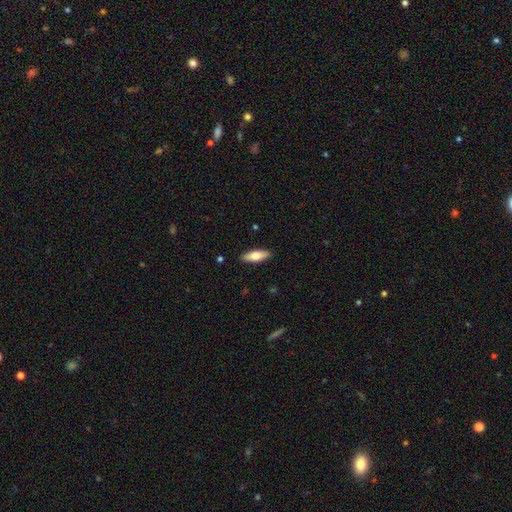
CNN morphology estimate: A smooth galaxy with no disk features (66%) that is in between round and cigar-shaped (58%). Merging: none (90%).